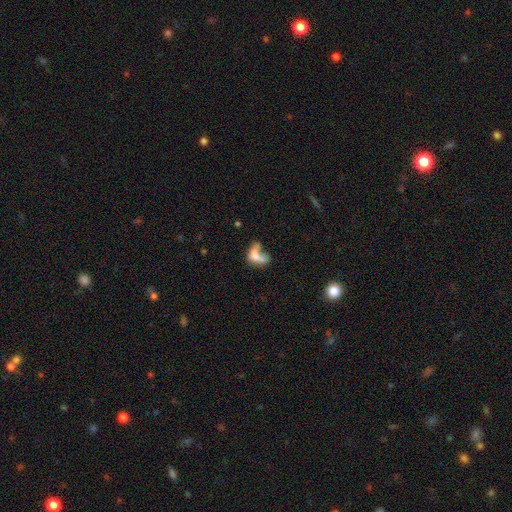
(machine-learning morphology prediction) This is possibly a smooth galaxy (58%). How rounded: likely in between (79%). Merging: marginally merger (43%).